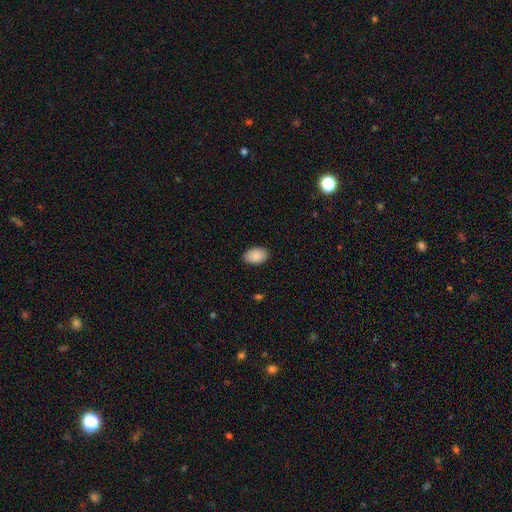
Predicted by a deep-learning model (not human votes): Morphology: type=smooth (90%); roundness=in between (91%); merging=none (86%).